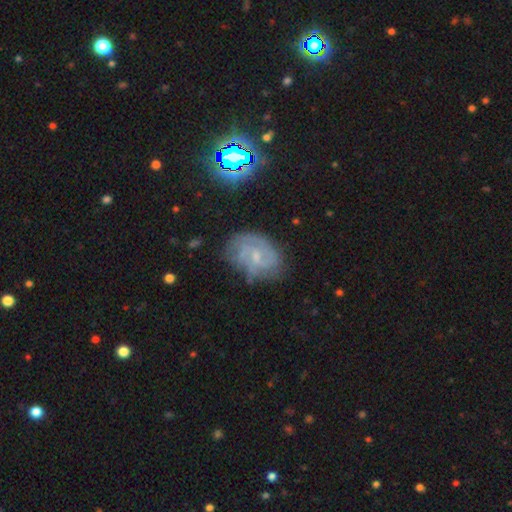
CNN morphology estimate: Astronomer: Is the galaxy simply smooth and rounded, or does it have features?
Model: featured or disk — 74%.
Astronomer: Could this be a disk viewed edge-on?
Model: no — 97%.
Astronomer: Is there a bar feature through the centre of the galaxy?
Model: weak — 48% (runner-up: no, 45%).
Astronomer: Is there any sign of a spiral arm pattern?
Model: yes — 92%.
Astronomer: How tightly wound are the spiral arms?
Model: tight — 51% (runner-up: medium, 38%).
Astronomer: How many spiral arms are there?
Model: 2 — 41% (runner-up: can't tell, 31%).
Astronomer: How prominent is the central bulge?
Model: small — 64%.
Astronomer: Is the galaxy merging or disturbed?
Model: none — 68%.